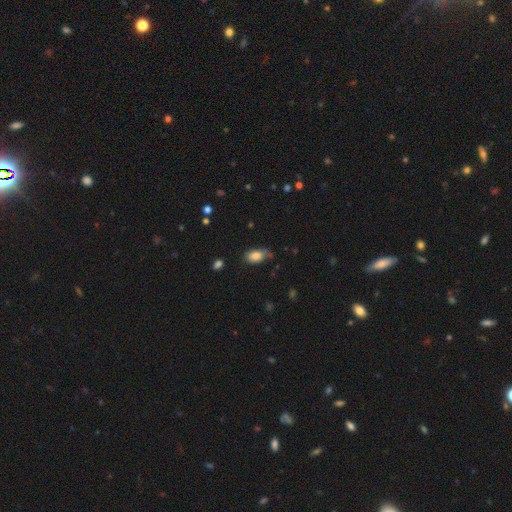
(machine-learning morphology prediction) Smooth or featured: smooth — 82% (featured or disk — 10%)
How rounded: in between — 91% (round — 6%)
Merging: none — 57% (minor disturbance — 32%)